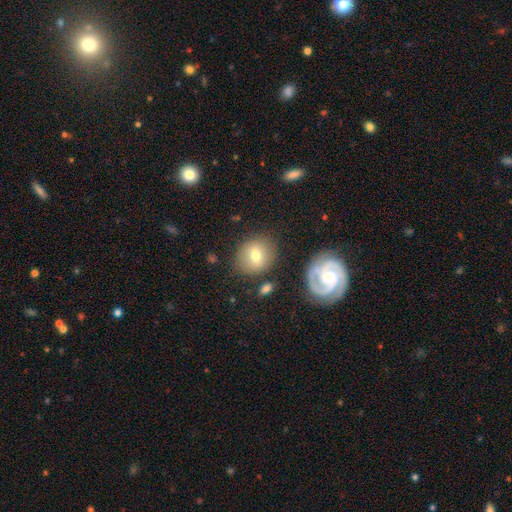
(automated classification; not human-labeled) Smooth or featured? Predicted: smooth (p=0.67). How rounded? Predicted: round (p=0.76). Merging? Predicted: none (p=0.79).